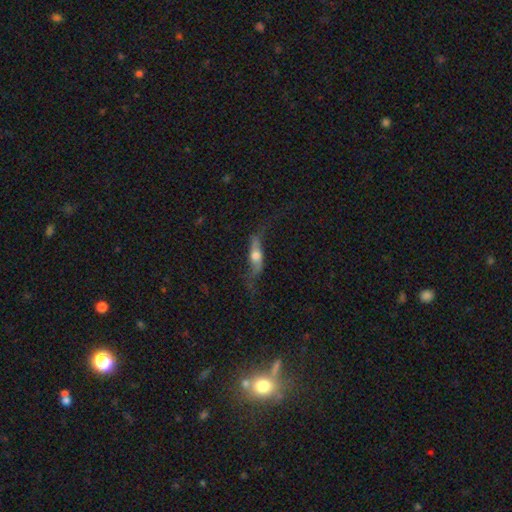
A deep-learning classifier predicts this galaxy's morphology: This is possibly a featured or disk galaxy (60%). It is possibly viewed edge-on (56%). Merging: possibly none (54%).